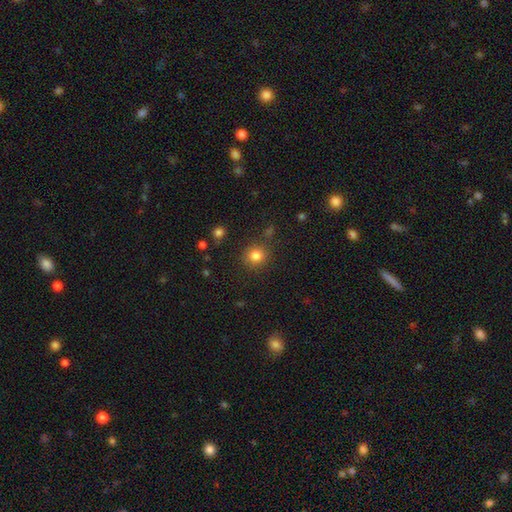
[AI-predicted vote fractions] The model was most divided on "smooth or featured": smooth: 82%, star or artifact: 12%, featured or disk: 5%. More confident: how rounded — round (89%); merging — none (86%).